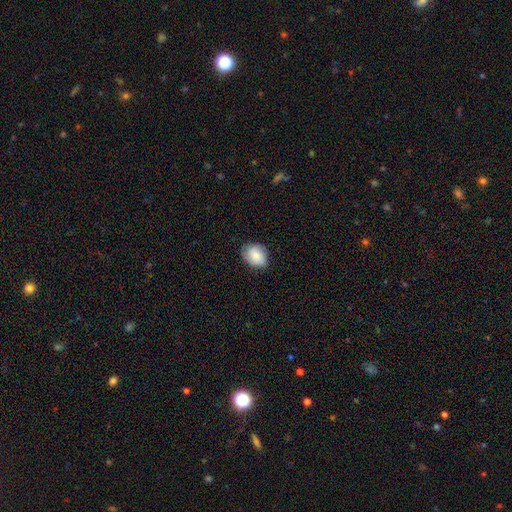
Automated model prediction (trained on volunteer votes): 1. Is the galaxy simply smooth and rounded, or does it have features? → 80% smooth, 13% featured or disk, 7% star or artifact.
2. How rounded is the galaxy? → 67% in between, 32% round, 1% cigar-shaped.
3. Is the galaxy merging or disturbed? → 77% none, 19% minor disturbance, 4% major disturbance, 1% merger.